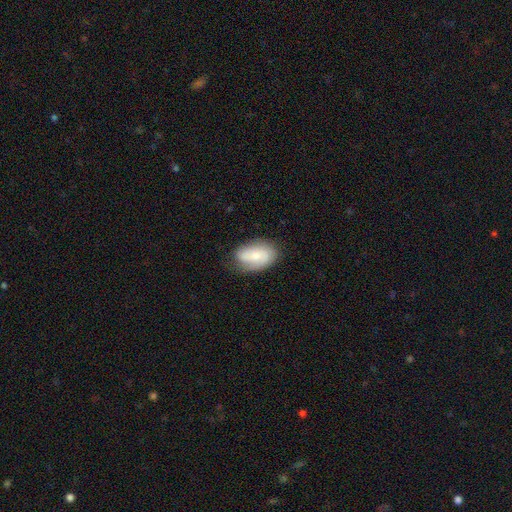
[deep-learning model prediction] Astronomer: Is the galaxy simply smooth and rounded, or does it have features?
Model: smooth — 53% (runner-up: featured or disk, 40%).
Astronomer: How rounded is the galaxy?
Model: in between — 90%.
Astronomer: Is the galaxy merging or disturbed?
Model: none — 72%.